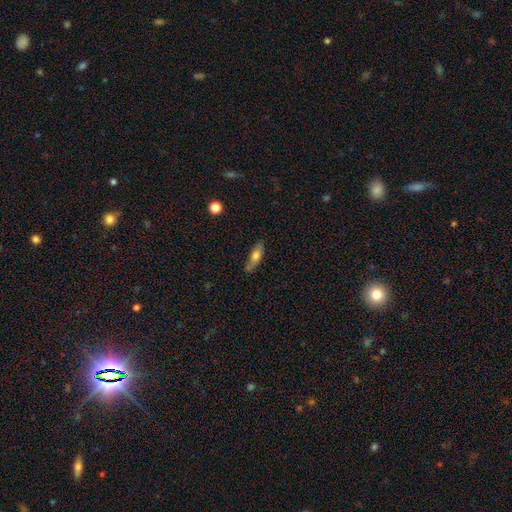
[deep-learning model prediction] Overall: smooth (65%; featured or disk 28%). How rounded: in between (56%; cigar-shaped 41%). Merging: none (69%).